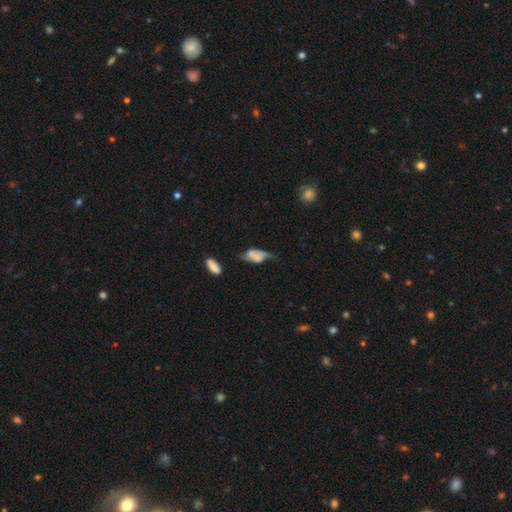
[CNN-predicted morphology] type=smooth (48%); merging=major disturbance (30%, tied with minor disturbance).